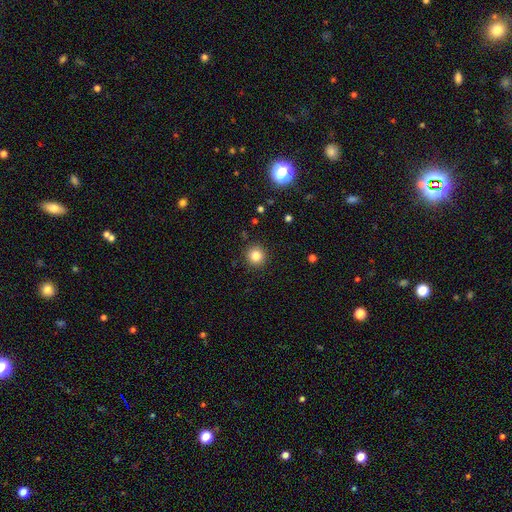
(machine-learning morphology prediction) Smooth or featured? smooth (83%)
How rounded? round (94%)
Merging? none (91%)